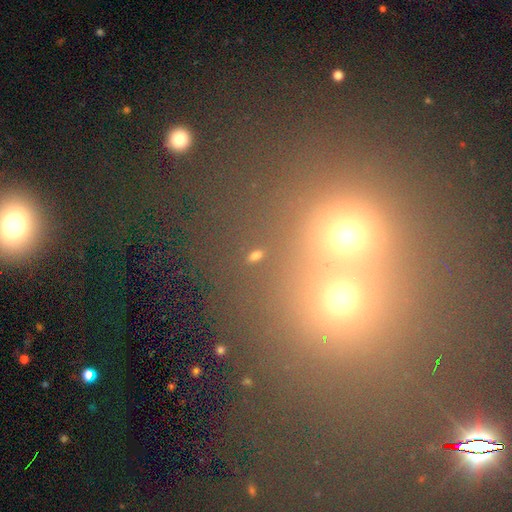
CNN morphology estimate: Smooth or featured: smooth — 55% (star or artifact — 33%)
How rounded: round — 84% (in between — 15%)
Merging: merger — 52% (none — 39%)